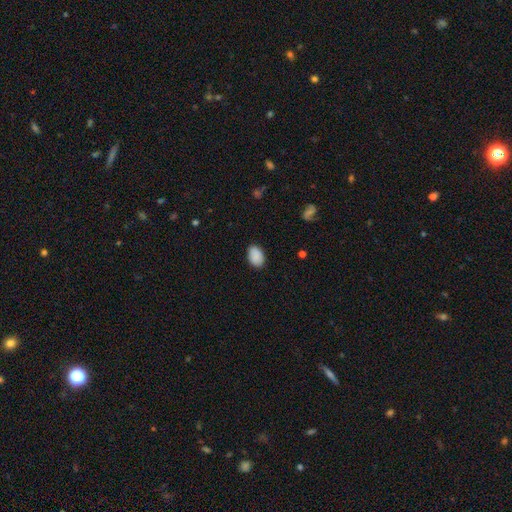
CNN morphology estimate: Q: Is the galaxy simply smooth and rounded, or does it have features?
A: smooth — 89%.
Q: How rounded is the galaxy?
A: in between — 86%.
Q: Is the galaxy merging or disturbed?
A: none — 86%.